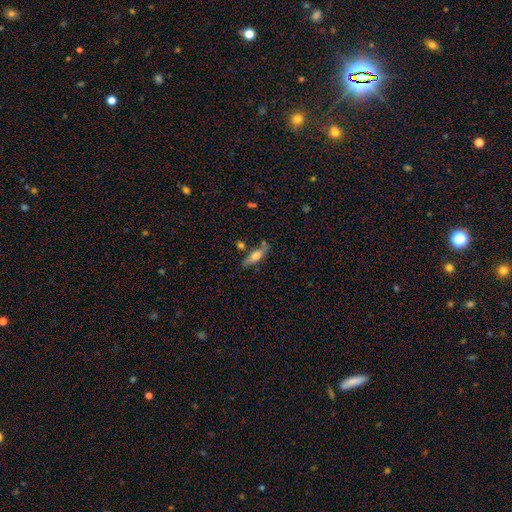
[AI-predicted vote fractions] Q: Smooth or featured?
A: smooth (61%); runner-up: featured or disk (32%)
Q: How rounded?
A: cigar-shaped (50%); runner-up: in between (47%)
Q: Merging?
A: none (71%); runner-up: minor disturbance (16%)